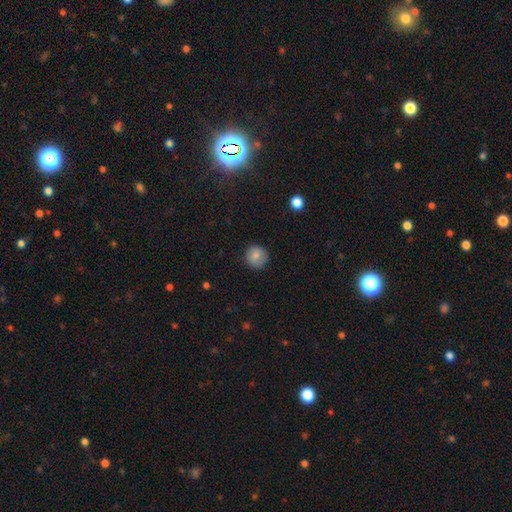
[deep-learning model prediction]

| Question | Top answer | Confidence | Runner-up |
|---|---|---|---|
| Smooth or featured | smooth | 82% | featured or disk (9%) |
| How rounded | round | 92% | in between (7%) |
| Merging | none | 87% | minor disturbance (9%) |